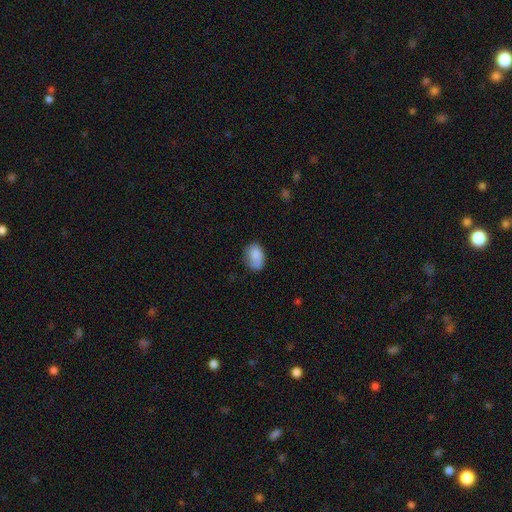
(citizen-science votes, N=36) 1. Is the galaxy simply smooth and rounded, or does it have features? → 86% smooth, 8% featured or disk, 6% star or artifact.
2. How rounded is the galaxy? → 84% in between, 16% round, 0% cigar-shaped.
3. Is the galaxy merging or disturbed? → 74% none, 21% minor disturbance, 3% major disturbance, 3% merger.